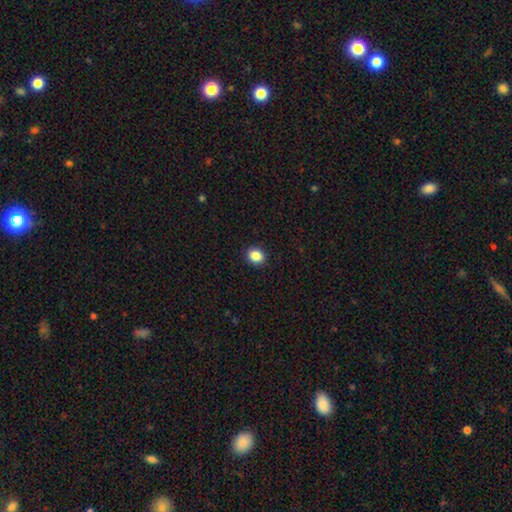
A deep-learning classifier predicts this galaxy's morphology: smooth-or-featured: smooth: 86% | star or artifact: 10% | featured or disk: 4%
  how-rounded: round: 61% | in between: 38% | cigar-shaped: 1%
  merging: none: 91% | minor disturbance: 6% | major disturbance: 2% | merger: 1%